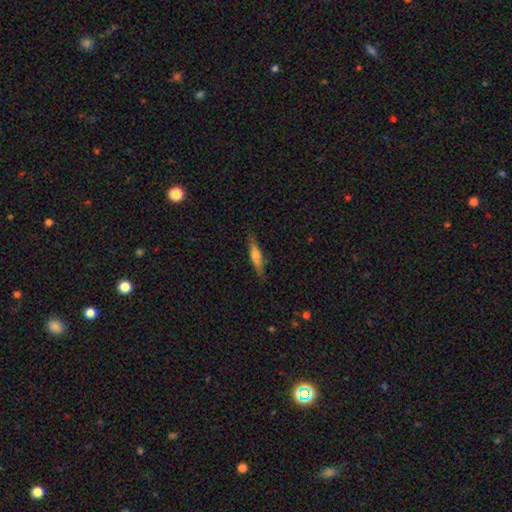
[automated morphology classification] The model was most divided on "smooth or featured" (2-way tie): featured or disk: 47%, smooth: 47%, star or artifact: 6%. More confident: merging — none (84%).